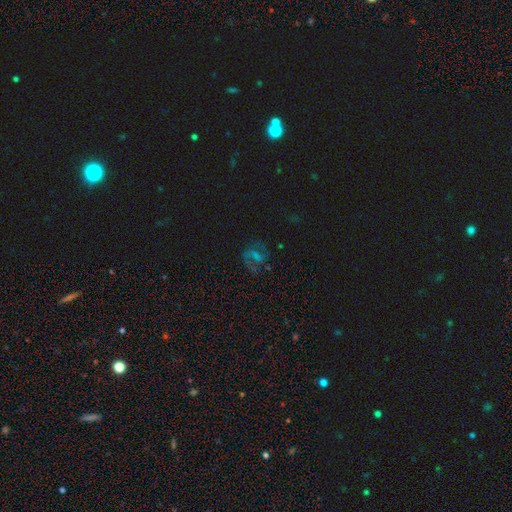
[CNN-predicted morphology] This is possibly a featured or disk galaxy (50%). It is clearly not viewed edge-on (96%). Merging: likely none (71%).